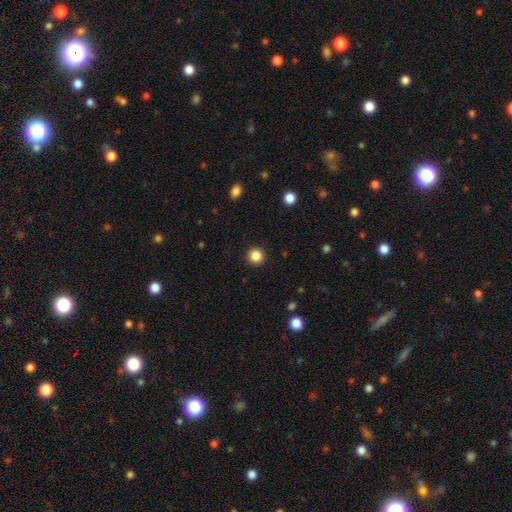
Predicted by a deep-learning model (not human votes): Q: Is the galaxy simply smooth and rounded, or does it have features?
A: smooth — 85%.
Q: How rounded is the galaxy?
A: round — 95%.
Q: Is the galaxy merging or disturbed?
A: none — 93%.